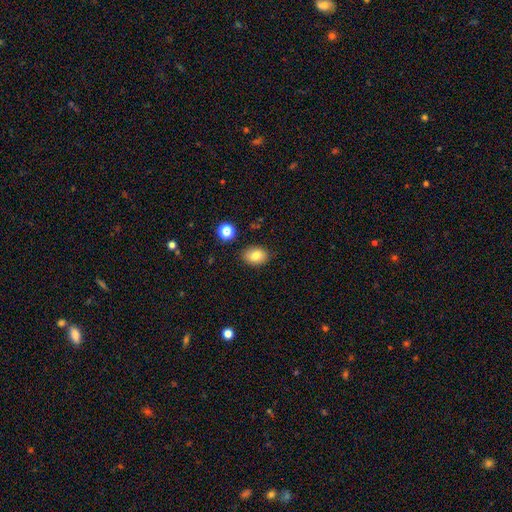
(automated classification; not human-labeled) smooth_or_featured: smooth (p=0.80) [alt: featured or disk p=0.10]
how_rounded: in between (p=0.71) [alt: round p=0.28]
merging: none (p=0.85) [alt: minor disturbance p=0.10]